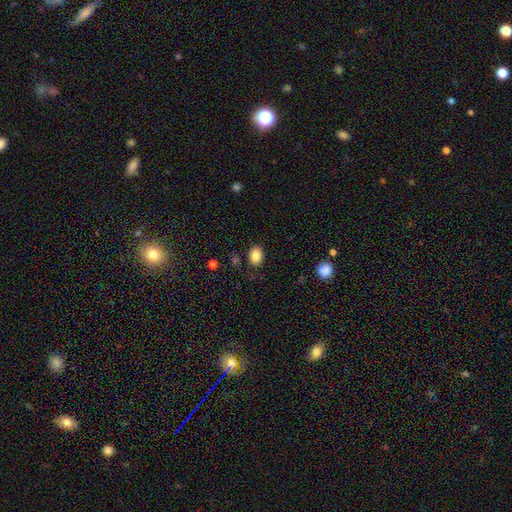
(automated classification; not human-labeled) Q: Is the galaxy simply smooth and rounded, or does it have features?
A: smooth — 85%.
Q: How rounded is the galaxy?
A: in between — 68%.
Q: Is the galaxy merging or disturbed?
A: none — 85%.